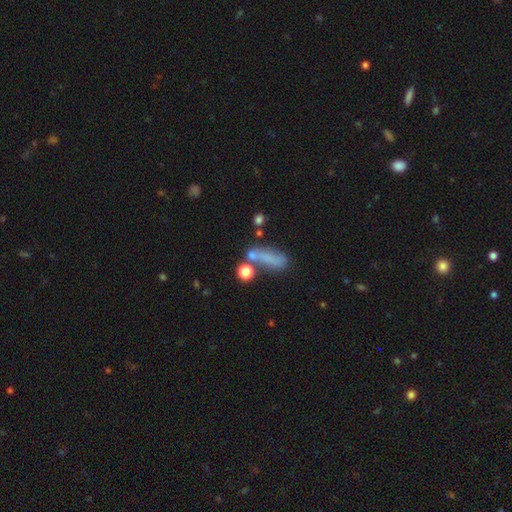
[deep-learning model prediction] A smooth galaxy with no disk features (66%) that is in between round and cigar-shaped (42%, tied with cigar-shaped). Merging: none (43%).